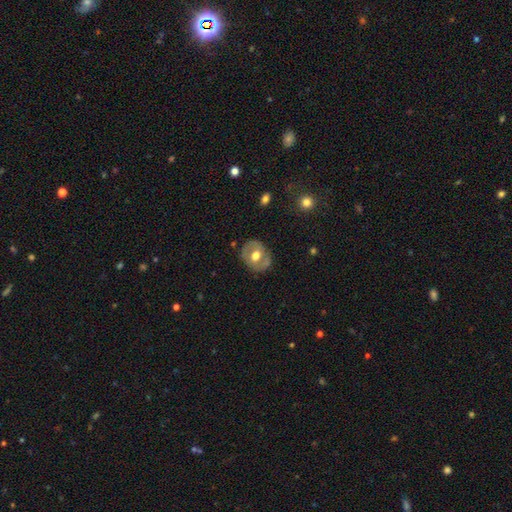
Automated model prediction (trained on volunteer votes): Morphology: type=featured or disk (52%); edge-on=no (94%); merging=none (78%).